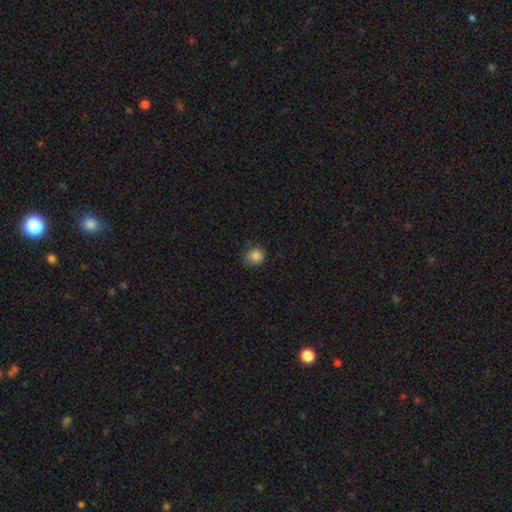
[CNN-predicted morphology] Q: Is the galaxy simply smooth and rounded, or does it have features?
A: smooth — 84%.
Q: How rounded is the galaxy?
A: round — 77%.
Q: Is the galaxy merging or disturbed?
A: none — 72%.